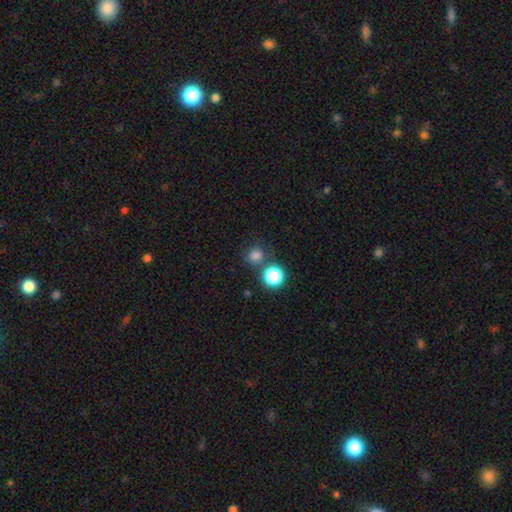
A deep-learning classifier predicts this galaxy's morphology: Smooth or featured: smooth — 76% (star or artifact — 19%)
How rounded: round — 83% (in between — 16%)
Merging: none — 71% (merger — 14%)